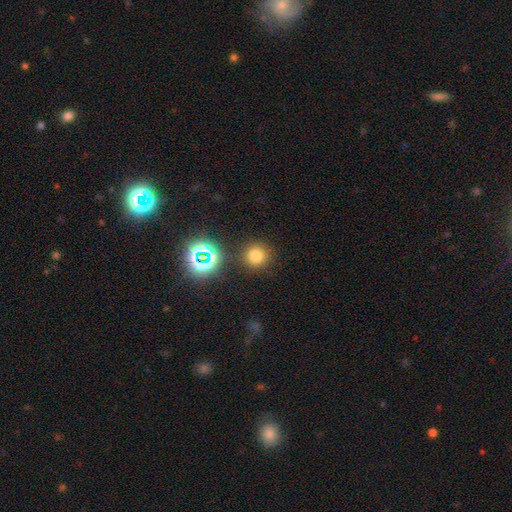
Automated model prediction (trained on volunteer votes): The model was most divided on "smooth or featured": smooth: 72%, star or artifact: 21%, featured or disk: 7%. More confident: how rounded — round (93%); merging — none (86%).